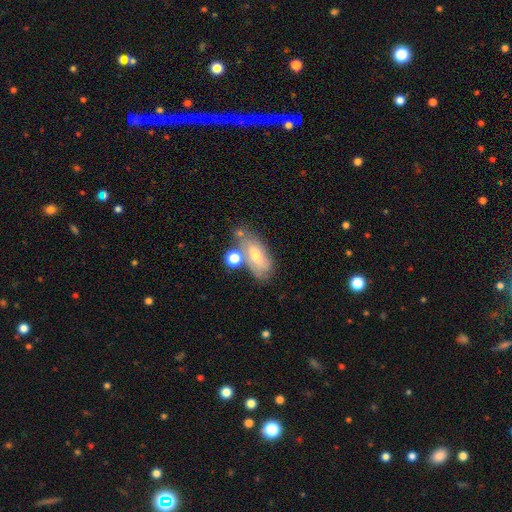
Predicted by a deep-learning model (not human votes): Smooth or featured?
  - smooth: 61% *
  - featured or disk: 30%
  - star or artifact: 9%
How rounded?
  - in between: 85% *
  - cigar-shaped: 9%
  - round: 6%
Merging?
  - none: 46% *
  - merger: 23%
  - minor disturbance: 21%
  - major disturbance: 10%